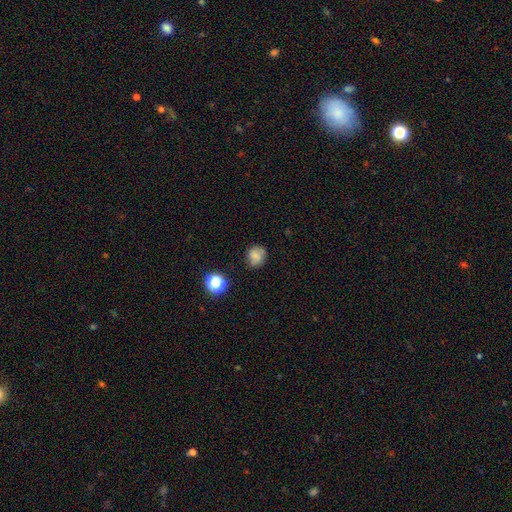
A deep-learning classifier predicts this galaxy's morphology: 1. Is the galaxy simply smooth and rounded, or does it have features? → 76% smooth, 13% star or artifact, 11% featured or disk.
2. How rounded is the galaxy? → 76% round, 23% in between, 1% cigar-shaped.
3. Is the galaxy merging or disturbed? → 74% none, 18% minor disturbance, 5% major disturbance, 3% merger.